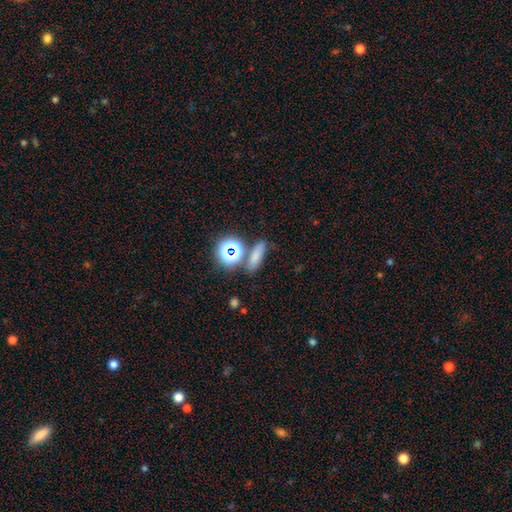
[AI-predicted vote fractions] Morphology: type=smooth (70%); roundness=in between (42%); merging=none (70%).